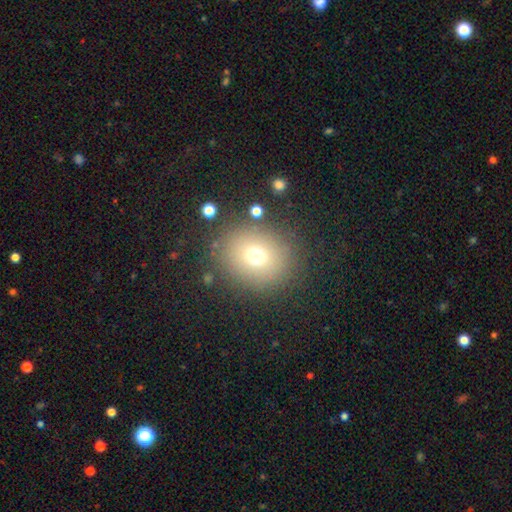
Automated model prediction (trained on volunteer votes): Smooth or featured? Predicted: smooth (p=0.70). How rounded? Predicted: round (p=0.75). Merging? Predicted: none (p=0.84).